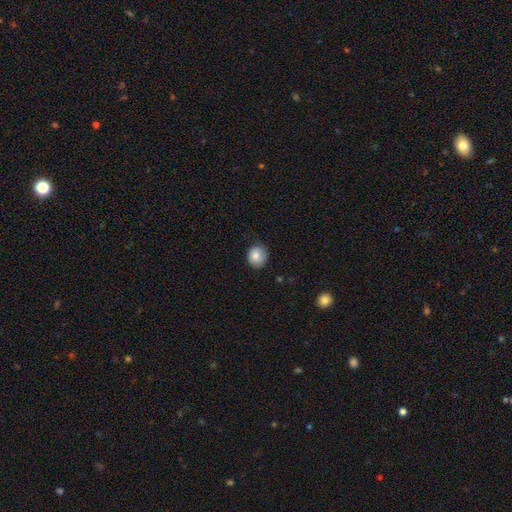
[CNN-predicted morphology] This appears to be a smooth galaxy with no disk features (81%) that is round (81%). Merging: none (81%).